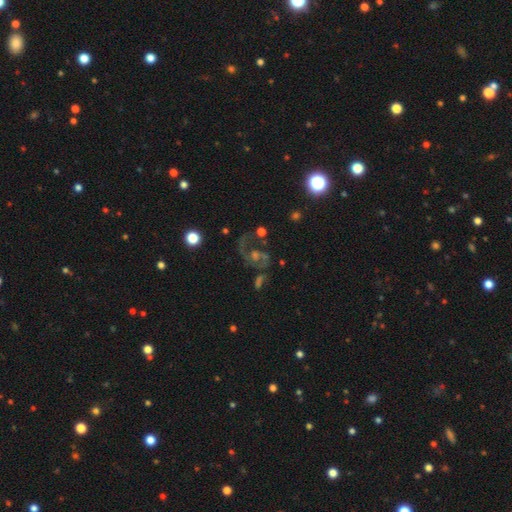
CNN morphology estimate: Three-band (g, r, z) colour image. It shows a featured or disk galaxy (73%) with no bar (63%), 2 (79%) medium (45%) spiral arms (89%) and a moderate central bulge (45%). Merging: none (53%).